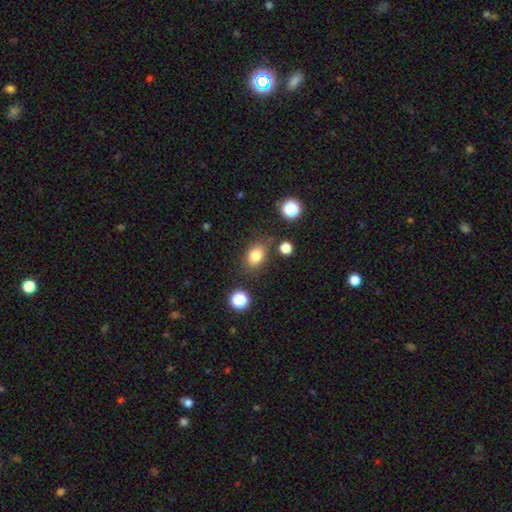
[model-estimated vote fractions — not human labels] A smooth galaxy with no disk features (82%) that is in between round and cigar-shaped (59%). Merging: none (75%).